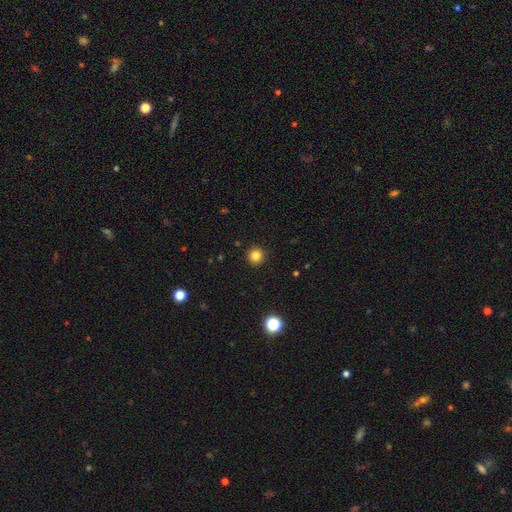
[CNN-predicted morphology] smooth_or_featured: smooth (p=0.83) [alt: star or artifact p=0.12]
how_rounded: round (p=0.95) [alt: in between p=0.04]
merging: none (p=0.93) [alt: minor disturbance p=0.04]